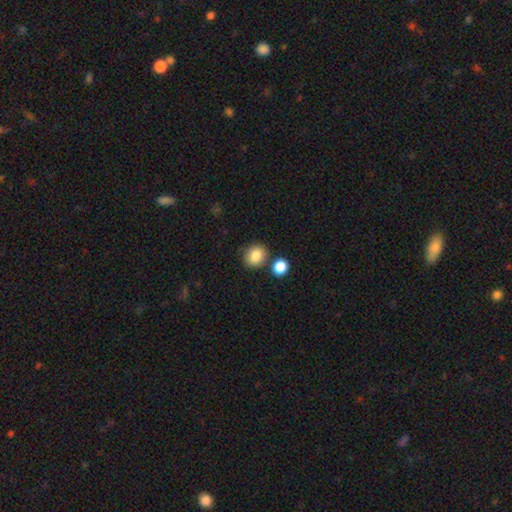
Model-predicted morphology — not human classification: smooth-or-featured: smooth: 85% | star or artifact: 9% | featured or disk: 6%
  how-rounded: round: 73% | in between: 26% | cigar-shaped: 1%
  merging: none: 76% | merger: 11% | minor disturbance: 10% | major disturbance: 3%